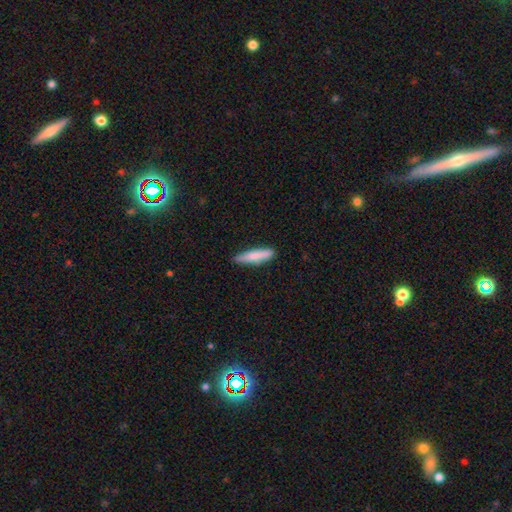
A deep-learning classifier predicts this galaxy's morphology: A smooth galaxy with no disk features (76%) that is cigar-shaped (82%). Merging: none (85%).